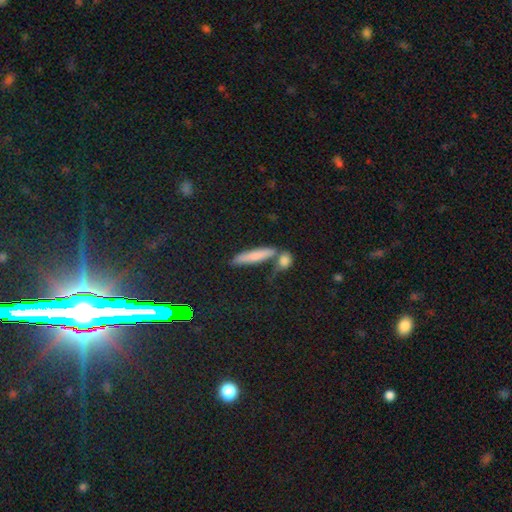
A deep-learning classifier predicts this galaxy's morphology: smooth-or-featured: smooth: 71% | featured or disk: 16% | star or artifact: 13%
  how-rounded: cigar-shaped: 80% | in between: 16% | round: 4%
  merging: none: 62% | merger: 21% | minor disturbance: 12% | major disturbance: 5%